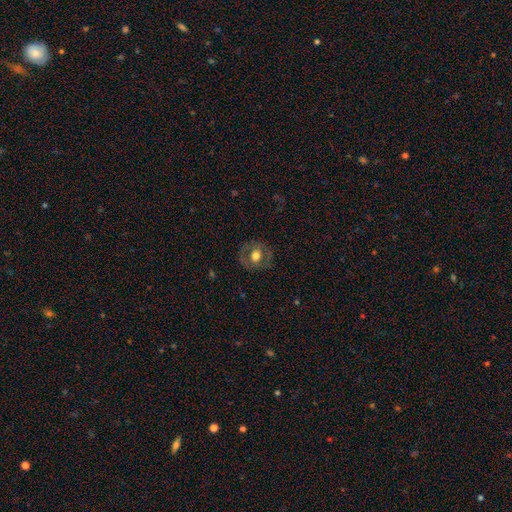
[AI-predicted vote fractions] A smooth galaxy with no disk features (51%) that is round (81%).

Vote fractions:
- Smooth or featured? smooth: 51% / featured or disk: 41% / star or artifact: 8%
- How rounded? round: 81% / in between: 18% / cigar-shaped: 1%
- Merging? none: 81% / minor disturbance: 12% / major disturbance: 5% / merger: 1%